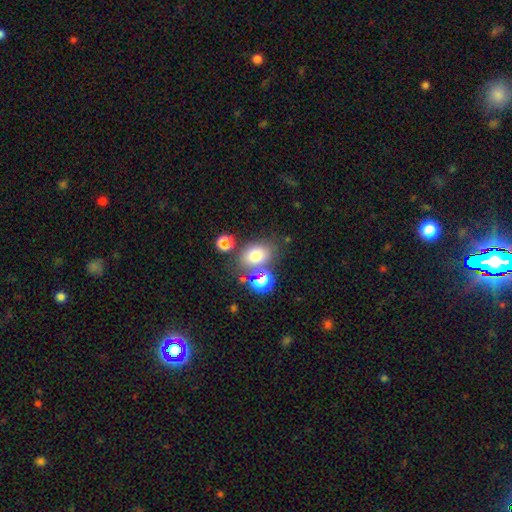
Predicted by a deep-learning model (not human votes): Smooth or featured? Predicted: smooth (p=0.72). How rounded? Predicted: in between (p=0.66). Merging? Predicted: none (p=0.64).